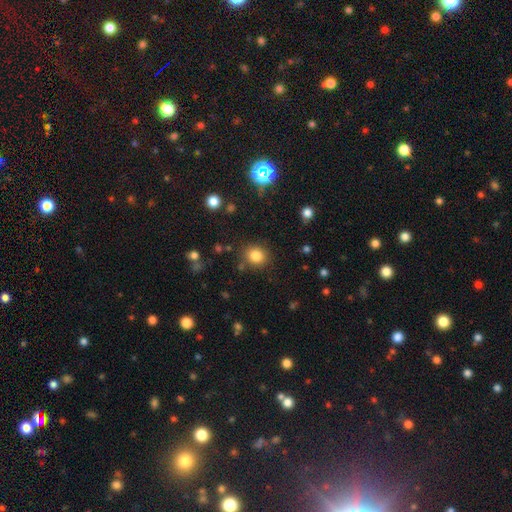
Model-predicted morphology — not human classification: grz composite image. It shows a smooth galaxy with no disk features (82%) that is round (80%). Merging: none (85%).